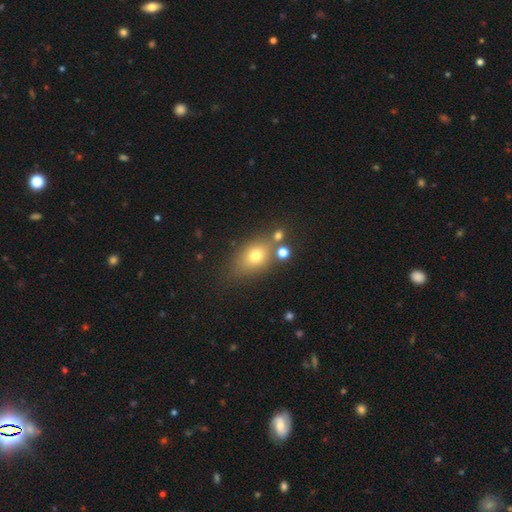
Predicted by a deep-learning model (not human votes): The model was most divided on "how rounded": in between: 69%, round: 28%, cigar-shaped: 3%. More confident: smooth or featured — smooth (72%); merging — none (68%).